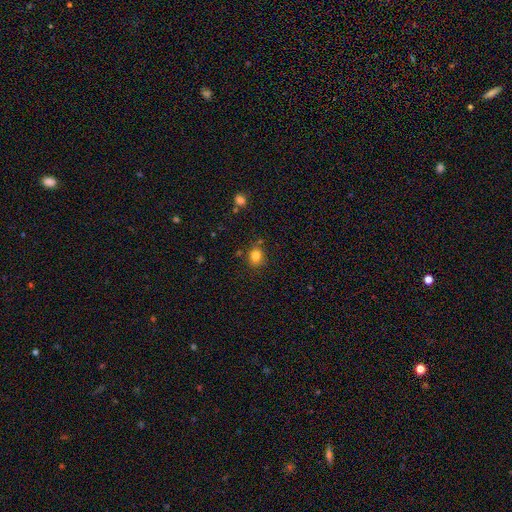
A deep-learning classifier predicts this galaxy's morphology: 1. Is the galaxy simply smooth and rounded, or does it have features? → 82% smooth, 12% star or artifact, 6% featured or disk.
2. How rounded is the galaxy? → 70% round, 29% in between, 1% cigar-shaped.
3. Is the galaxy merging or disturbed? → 79% none, 13% minor disturbance, 5% merger, 3% major disturbance.